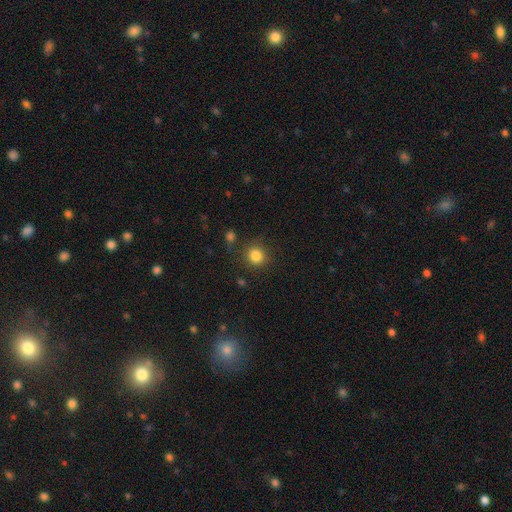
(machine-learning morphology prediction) smooth 84%, star or artifact 11%, featured or disk 5%. Down the decision tree: how rounded — round (89%); merging — none (85%).